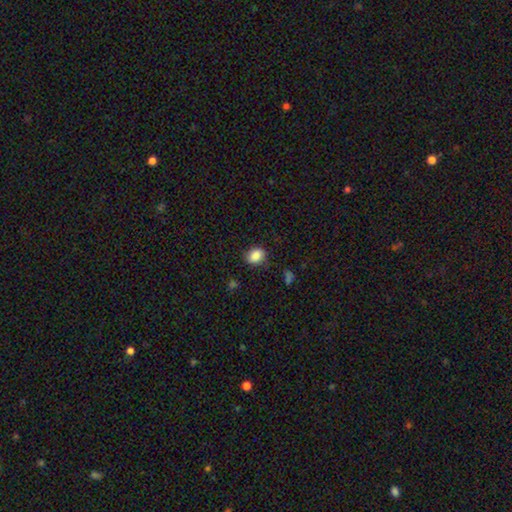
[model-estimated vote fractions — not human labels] smooth-or-featured: smooth: 87% | star or artifact: 9% | featured or disk: 4%
  how-rounded: in between: 56% | round: 43% | cigar-shaped: 1%
  merging: none: 78% | minor disturbance: 17% | major disturbance: 4% | merger: 2%